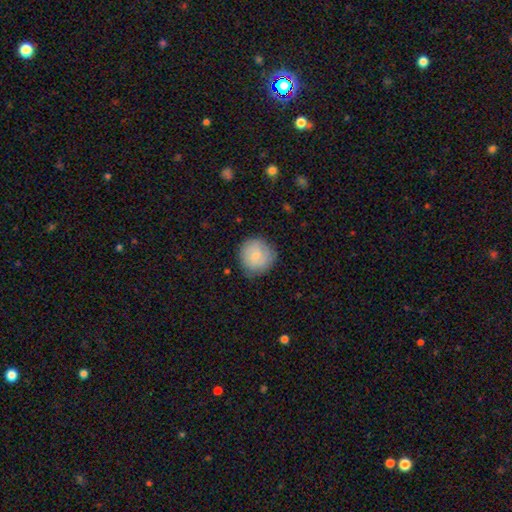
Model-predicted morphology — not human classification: Overall: smooth (71%). How rounded: round (91%). Merging: none (77%).